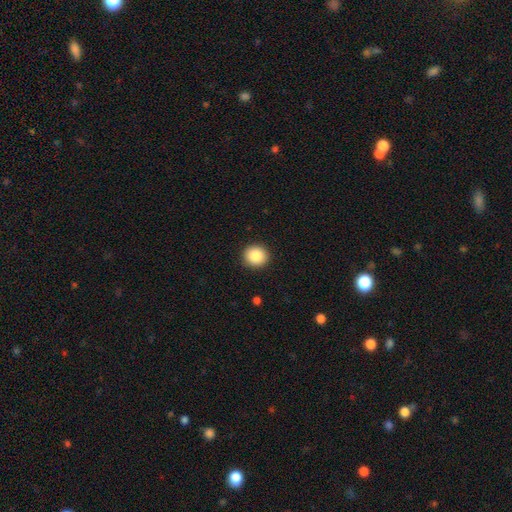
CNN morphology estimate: Smooth or featured?
  - smooth: 87% *
  - star or artifact: 8%
  - featured or disk: 4%
How rounded?
  - round: 89% *
  - in between: 10%
  - cigar-shaped: 1%
Merging?
  - none: 92% *
  - minor disturbance: 6%
  - major disturbance: 2%
  - merger: 1%